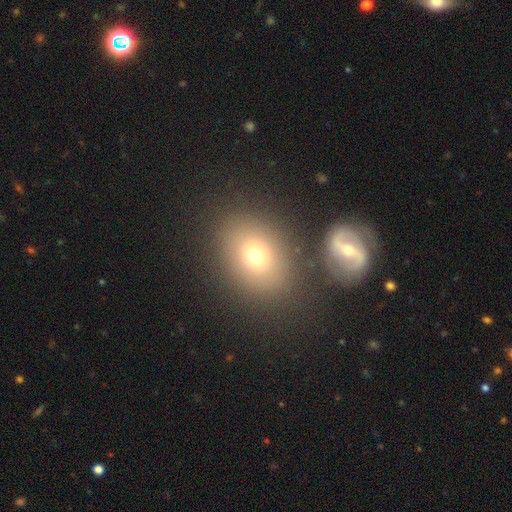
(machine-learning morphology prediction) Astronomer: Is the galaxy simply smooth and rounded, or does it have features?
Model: smooth — 70%.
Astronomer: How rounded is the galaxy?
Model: in between — 58% (runner-up: round, 41%).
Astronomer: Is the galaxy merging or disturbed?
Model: none — 75%.